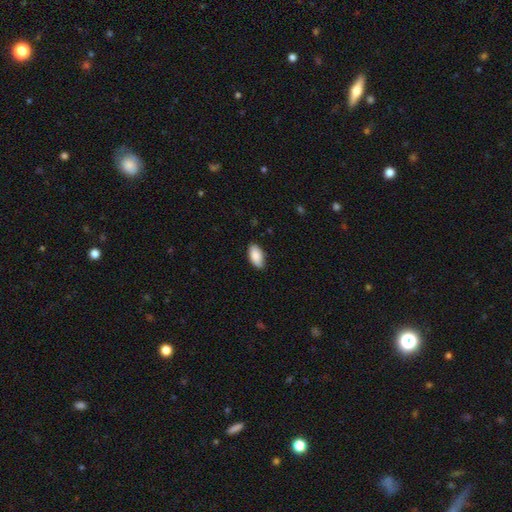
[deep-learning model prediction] Smooth or featured? Predicted: smooth (p=0.87). How rounded? Predicted: in between (p=0.94). Merging? Predicted: none (p=0.82).